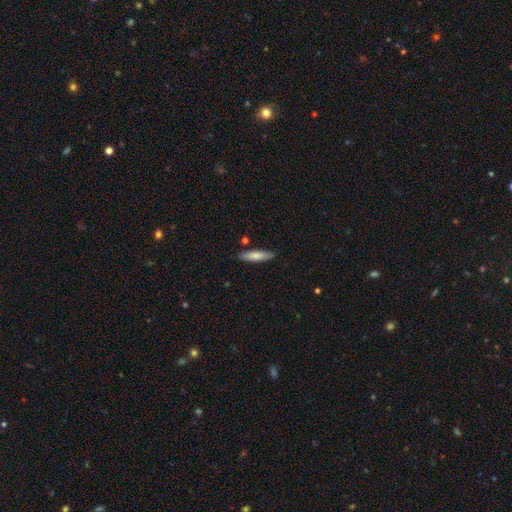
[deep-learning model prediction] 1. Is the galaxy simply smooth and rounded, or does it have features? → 76% smooth, 18% featured or disk, 6% star or artifact.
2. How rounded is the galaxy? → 76% cigar-shaped, 23% in between, 2% round.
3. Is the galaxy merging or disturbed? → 86% none, 10% minor disturbance, 3% merger, 2% major disturbance.